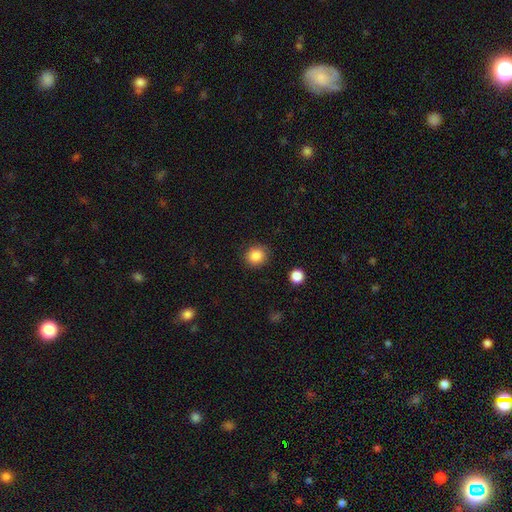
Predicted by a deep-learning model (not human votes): Overall: smooth (87%). How rounded: round (88%). Merging: none (89%).